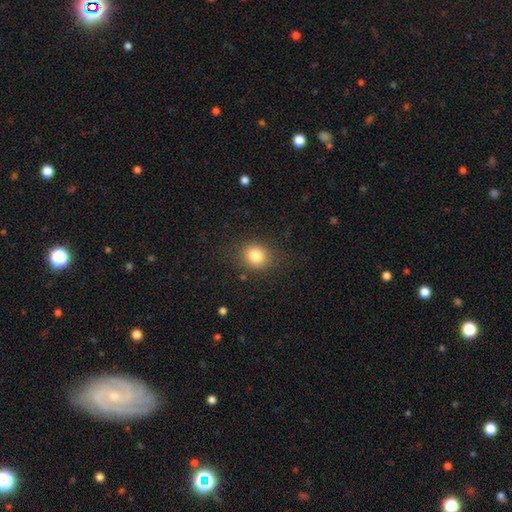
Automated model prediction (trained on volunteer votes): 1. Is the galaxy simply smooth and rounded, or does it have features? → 82% smooth, 11% star or artifact, 7% featured or disk.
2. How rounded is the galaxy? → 73% round, 26% in between, 1% cigar-shaped.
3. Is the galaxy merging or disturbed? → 84% none, 10% minor disturbance, 4% major disturbance, 1% merger.